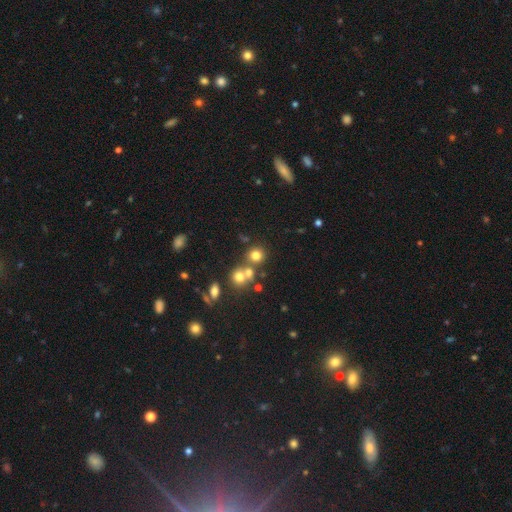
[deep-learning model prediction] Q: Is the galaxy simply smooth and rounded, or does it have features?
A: smooth — 72%.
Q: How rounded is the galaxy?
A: round — 86%.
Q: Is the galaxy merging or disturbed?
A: none — 58%.